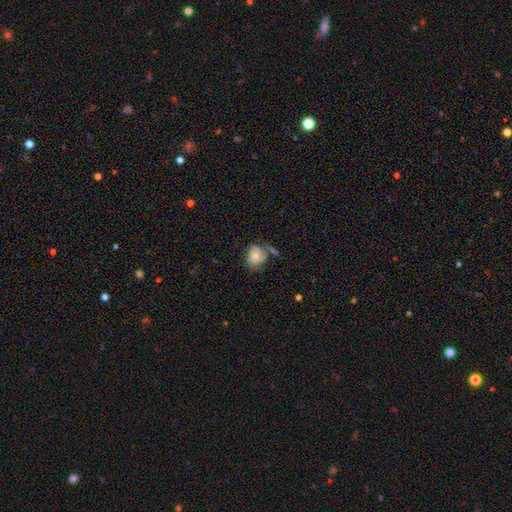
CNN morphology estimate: Overall: smooth (52%; featured or disk 39%). How rounded: round (60%; in between 39%). Merging: none (40%; minor disturbance 26%).